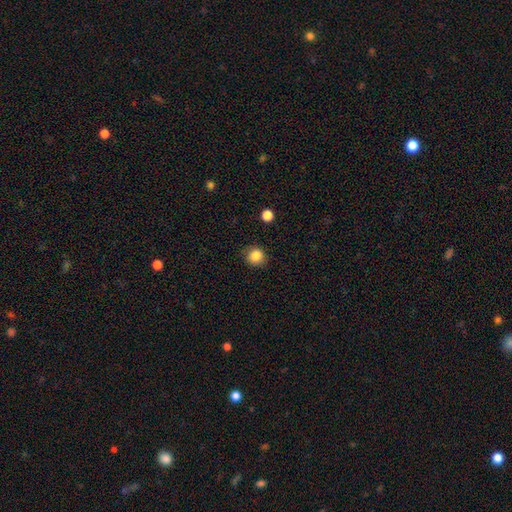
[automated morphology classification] This is clearly a smooth galaxy (84%). How rounded: clearly round (88%). Merging: clearly none (86%).